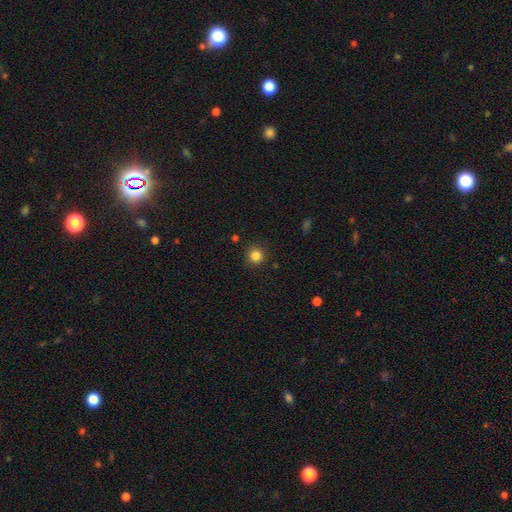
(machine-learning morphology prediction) Smooth or featured?
  - smooth: 84% *
  - star or artifact: 11%
  - featured or disk: 4%
How rounded?
  - round: 90% *
  - in between: 9%
  - cigar-shaped: 1%
Merging?
  - none: 88% *
  - minor disturbance: 8%
  - major disturbance: 2%
  - merger: 1%